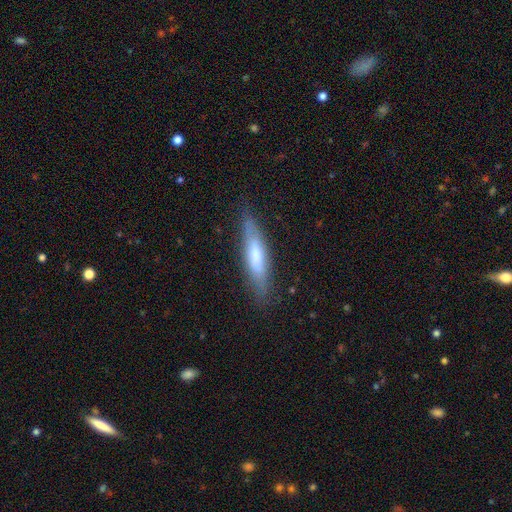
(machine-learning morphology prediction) Overall: smooth (55%; featured or disk 39%). How rounded: cigar-shaped (77%). Merging: none (79%).